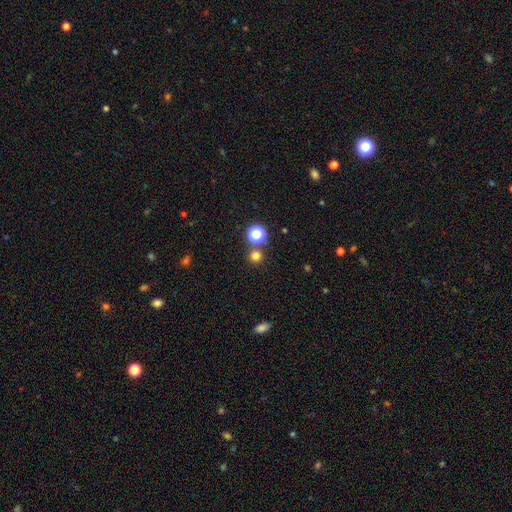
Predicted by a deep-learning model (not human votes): smooth_or_featured: smooth (p=0.74) [alt: star or artifact p=0.21]
how_rounded: round (p=0.93) [alt: in between p=0.06]
merging: none (p=0.79) [alt: merger p=0.12]